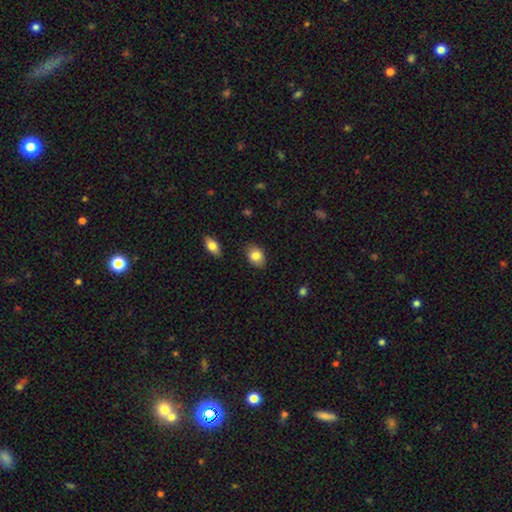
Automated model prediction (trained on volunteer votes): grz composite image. It shows a smooth galaxy with no disk features (83%) that is in between round and cigar-shaped (81%). Merging: none (83%).